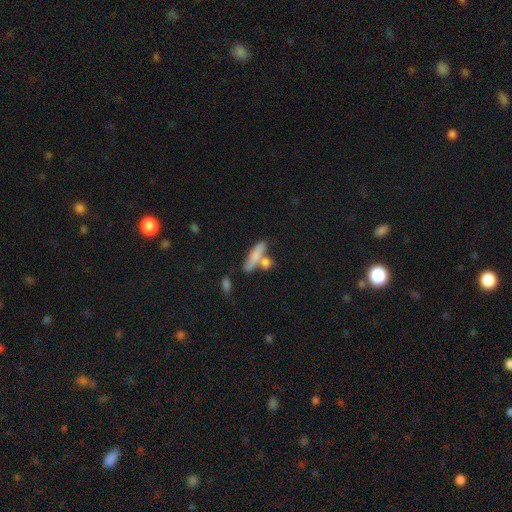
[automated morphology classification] This is likely a smooth galaxy (73%). How rounded: likely cigar-shaped (63%). Merging: possibly none (52%).